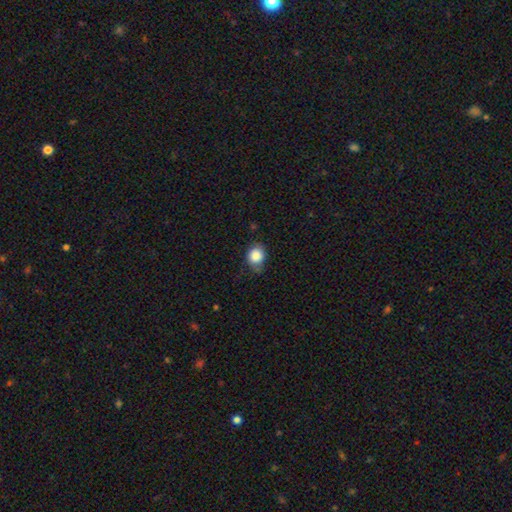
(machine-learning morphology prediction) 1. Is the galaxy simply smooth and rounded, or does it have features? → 85% smooth, 9% star or artifact, 6% featured or disk.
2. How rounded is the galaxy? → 71% round, 28% in between, 1% cigar-shaped.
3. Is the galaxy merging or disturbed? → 63% none, 29% minor disturbance, 6% major disturbance, 2% merger.